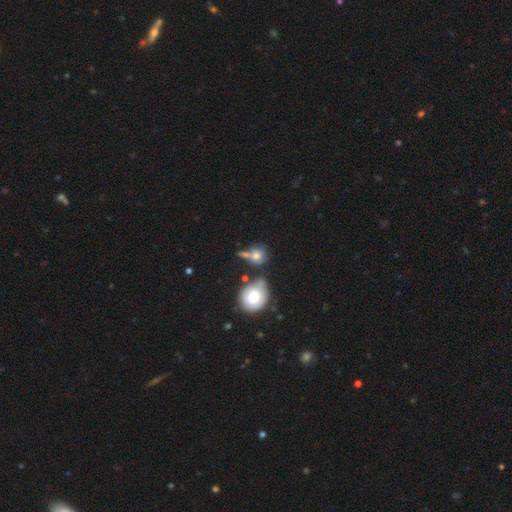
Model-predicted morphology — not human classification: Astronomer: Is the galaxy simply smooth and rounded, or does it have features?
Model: smooth — 70%.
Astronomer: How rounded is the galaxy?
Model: round — 80%.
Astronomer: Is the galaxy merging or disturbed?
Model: none — 44% (runner-up: merger, 30%).